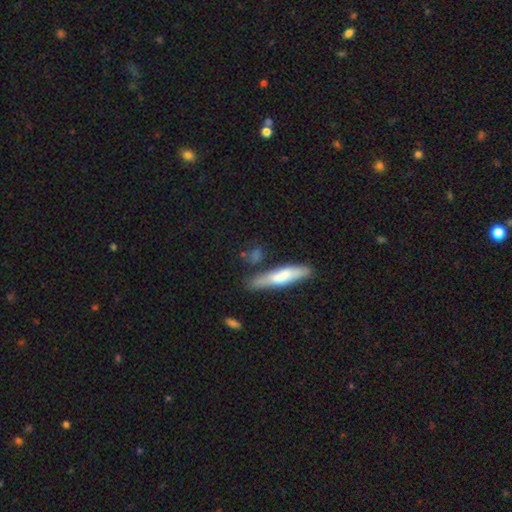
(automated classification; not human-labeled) smooth 65%, featured or disk 28%, star or artifact 7%. Down the decision tree: how rounded — cigar-shaped (83%); merging — none (71%).